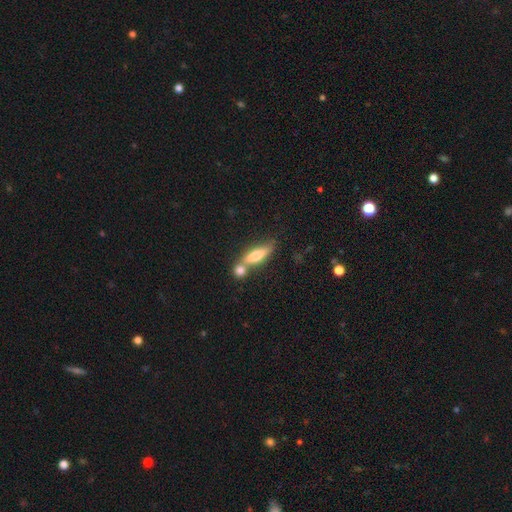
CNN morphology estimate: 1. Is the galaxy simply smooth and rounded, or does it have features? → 61% smooth, 32% featured or disk, 7% star or artifact.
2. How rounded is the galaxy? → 61% cigar-shaped, 36% in between, 4% round.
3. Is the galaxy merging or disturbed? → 42% none (tied), 42% merger (tied), 11% minor disturbance, 5% major disturbance.